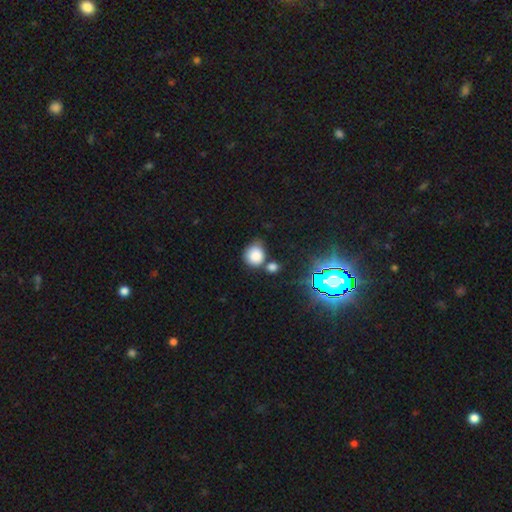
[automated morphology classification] A smooth galaxy with no disk features (80%) that is round (81%). Merging: none (52%).